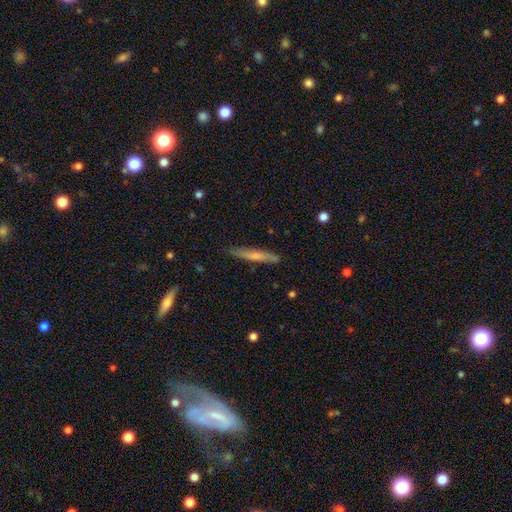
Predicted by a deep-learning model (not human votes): This is possibly a smooth galaxy (59%). How rounded: clearly cigar-shaped (94%). Merging: clearly none (84%).